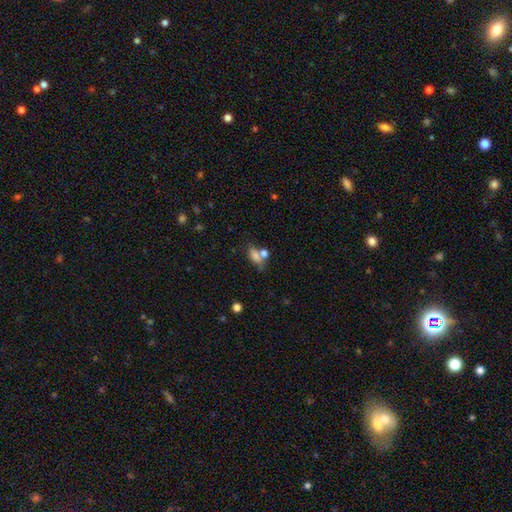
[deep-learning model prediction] Morphology: type=smooth (73%); roundness=in between (80%); merging=merger (39%, tied with none).